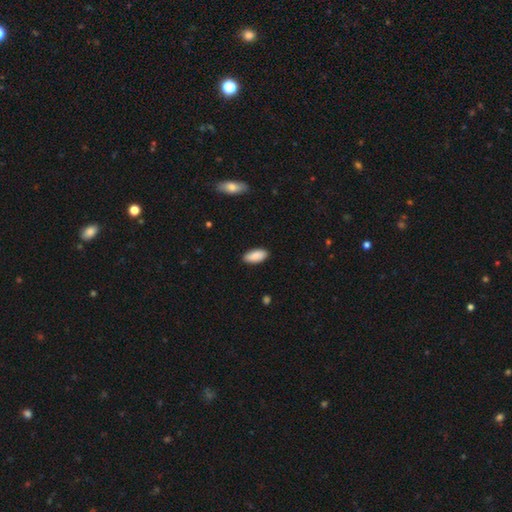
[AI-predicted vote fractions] Morphology: type=smooth (89%); roundness=in between (92%); merging=none (89%).